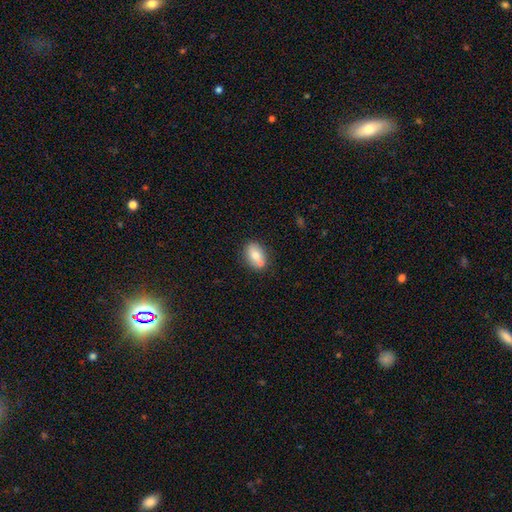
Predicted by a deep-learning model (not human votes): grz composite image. It shows a smooth galaxy with no disk features (72%) that is in between round and cigar-shaped (82%). Merging: none (62%).